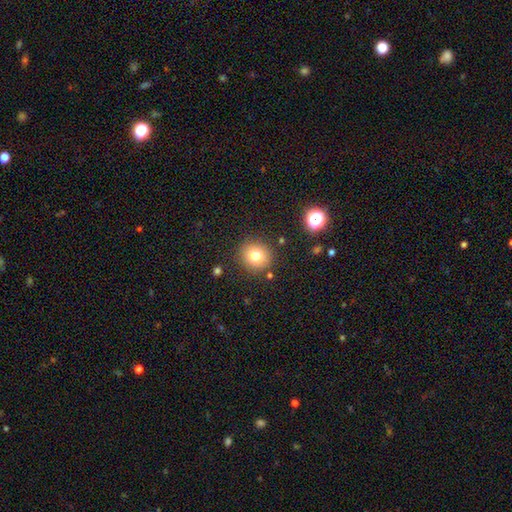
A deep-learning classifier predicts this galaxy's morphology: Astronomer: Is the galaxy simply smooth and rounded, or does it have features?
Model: smooth — 77%.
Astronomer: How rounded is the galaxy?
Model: round — 88%.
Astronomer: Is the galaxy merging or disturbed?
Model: none — 86%.